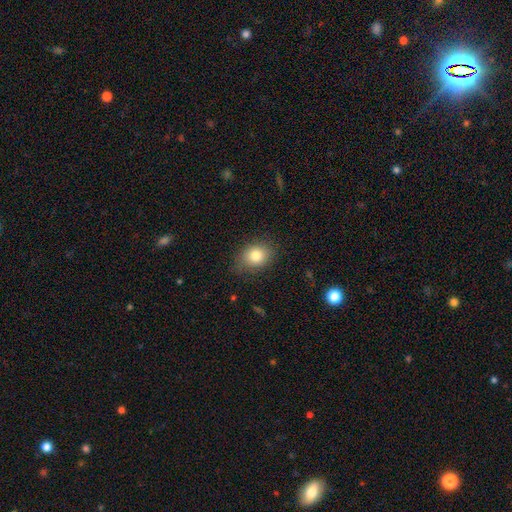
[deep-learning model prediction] This appears to be a smooth galaxy with no disk features (80%) that is in between round and cigar-shaped (53%). Merging: none (78%).